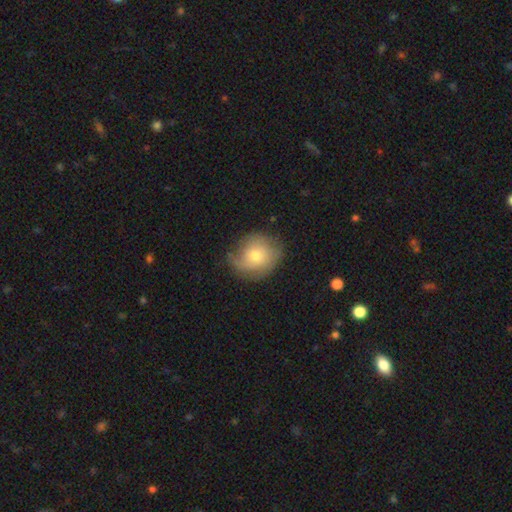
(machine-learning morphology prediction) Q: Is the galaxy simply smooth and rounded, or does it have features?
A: smooth — 56%.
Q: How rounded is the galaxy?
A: round — 74%.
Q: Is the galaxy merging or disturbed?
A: none — 64%.